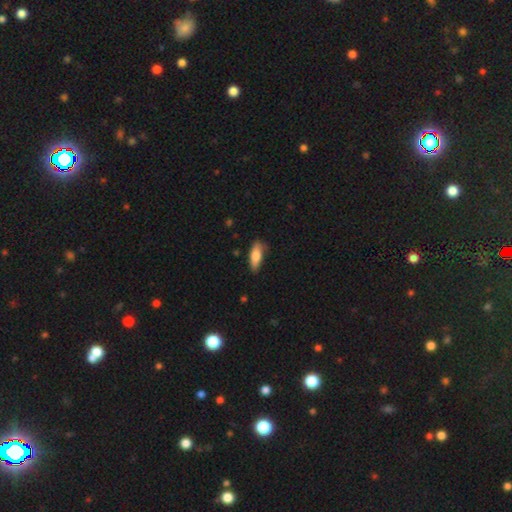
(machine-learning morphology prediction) Smooth or featured? Predicted: smooth (p=0.78). How rounded? Predicted: in between (p=0.65). Merging? Predicted: none (p=0.74).